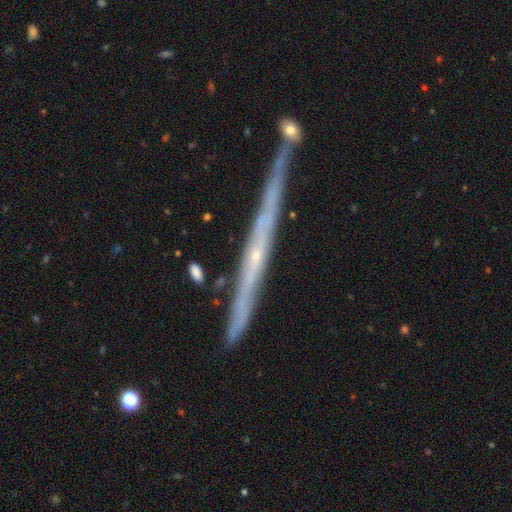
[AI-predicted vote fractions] A featured or disk galaxy (76%) viewed edge-on (96%) with no central bulge (67%). Merging: none (80%).